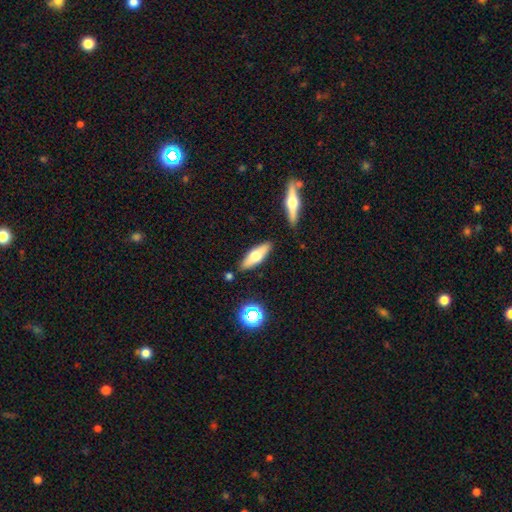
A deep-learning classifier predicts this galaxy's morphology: A smooth galaxy with no disk features (52%) that is cigar-shaped (50%).

Vote fractions:
- Smooth or featured? smooth: 52% / featured or disk: 41% / star or artifact: 7%
- How rounded? cigar-shaped: 50% / in between: 47% / round: 2%
- Merging? none: 84% / minor disturbance: 10% / merger: 4% / major disturbance: 2%